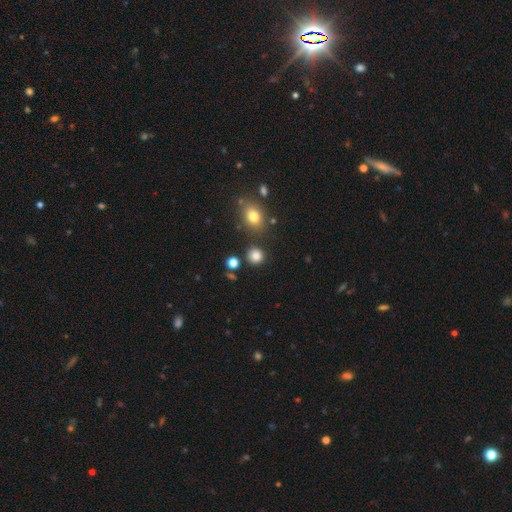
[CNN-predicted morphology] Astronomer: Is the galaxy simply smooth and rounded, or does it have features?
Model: smooth — 82%.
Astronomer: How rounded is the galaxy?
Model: round — 89%.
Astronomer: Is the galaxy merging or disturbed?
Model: none — 84%.